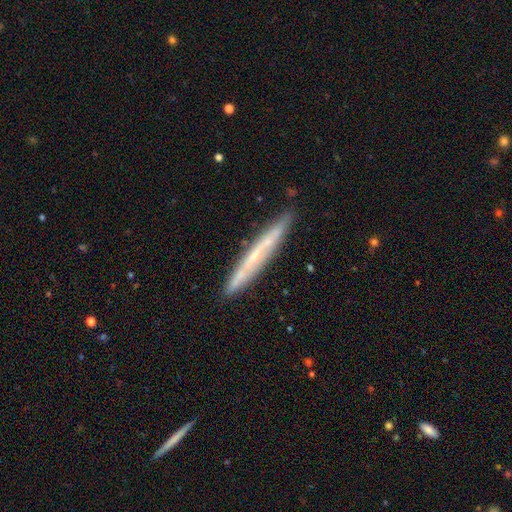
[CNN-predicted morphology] Smooth or featured?
  - featured or disk: 59% *
  - smooth: 34%
  - star or artifact: 7%
Edge-on disk?
  - yes: 88% *
  - no: 12%
Edge-on bulge?
  - none: 70% *
  - rounded: 25%
  - boxy: 4%
Merging?
  - none: 86% *
  - minor disturbance: 10%
  - major disturbance: 2%
  - merger: 2%